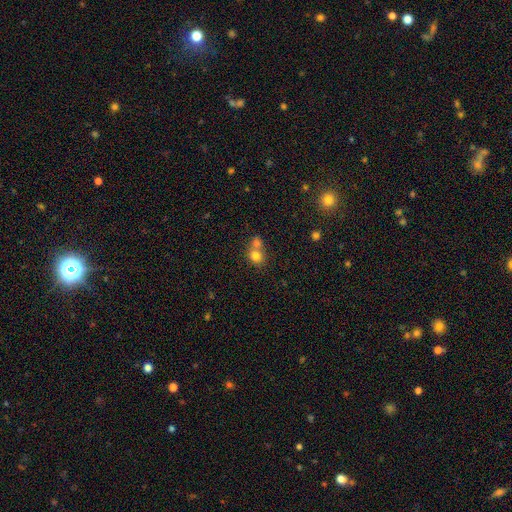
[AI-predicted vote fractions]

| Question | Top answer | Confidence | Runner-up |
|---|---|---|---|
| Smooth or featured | smooth | 78% | star or artifact (12%) |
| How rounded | round | 78% | in between (21%) |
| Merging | merger | 55% | none (37%) |